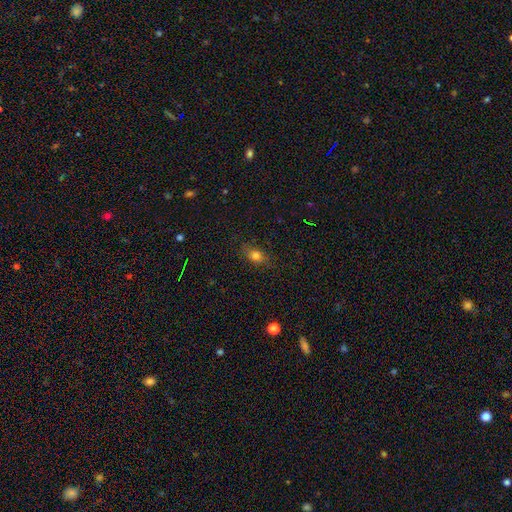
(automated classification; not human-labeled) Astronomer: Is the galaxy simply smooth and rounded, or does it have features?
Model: smooth — 76%.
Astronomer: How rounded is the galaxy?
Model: in between — 66%.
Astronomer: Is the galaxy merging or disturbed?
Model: none — 78%.